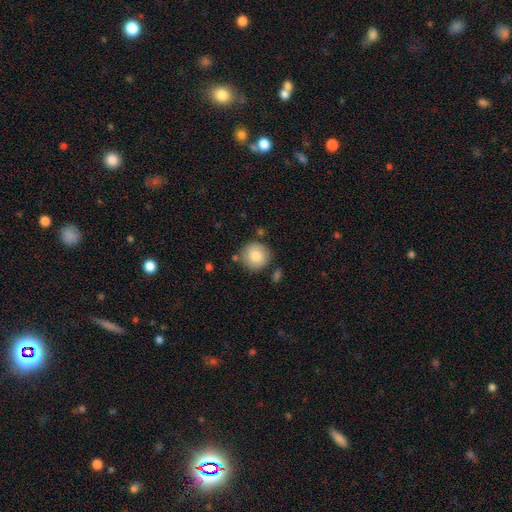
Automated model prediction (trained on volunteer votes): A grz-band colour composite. It shows a smooth galaxy with no disk features (83%) that is round (94%). Merging: none (80%).